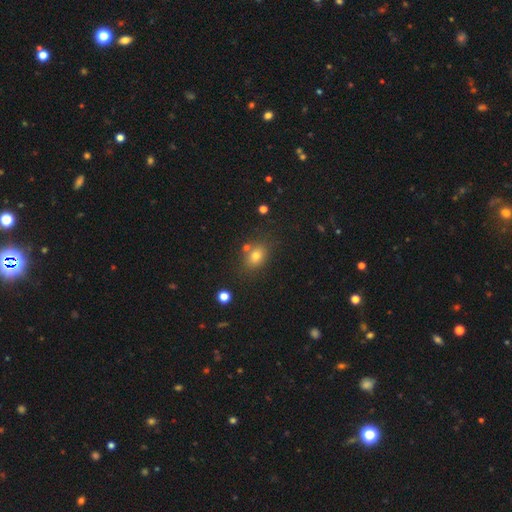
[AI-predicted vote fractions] smooth_or_featured: smooth (p=0.74) [alt: star or artifact p=0.15]
how_rounded: in between (p=0.60) [alt: round p=0.39]
merging: none (p=0.71) [alt: minor disturbance p=0.13]